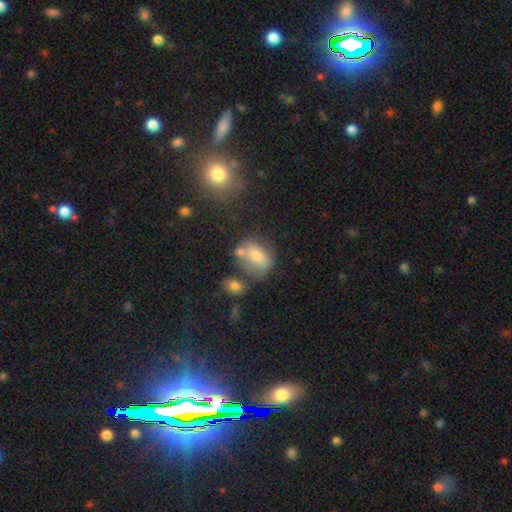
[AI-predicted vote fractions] Smooth or featured? Predicted: smooth (p=0.66). How rounded? Predicted: in between (p=0.64). Merging? Predicted: none (p=0.50).